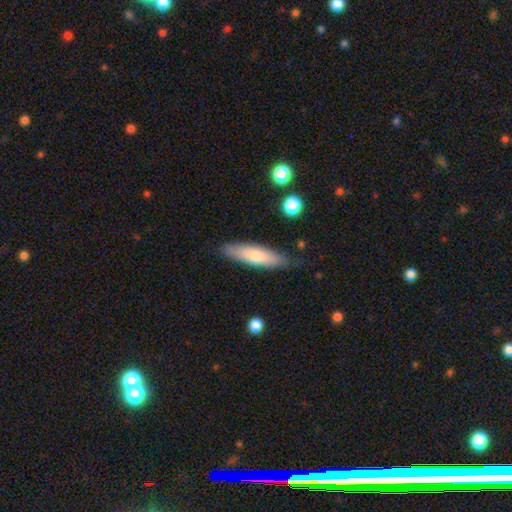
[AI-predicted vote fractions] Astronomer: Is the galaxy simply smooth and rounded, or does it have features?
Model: smooth — 59%.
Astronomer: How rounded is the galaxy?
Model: cigar-shaped — 77%.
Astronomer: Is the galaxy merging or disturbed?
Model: none — 84%.